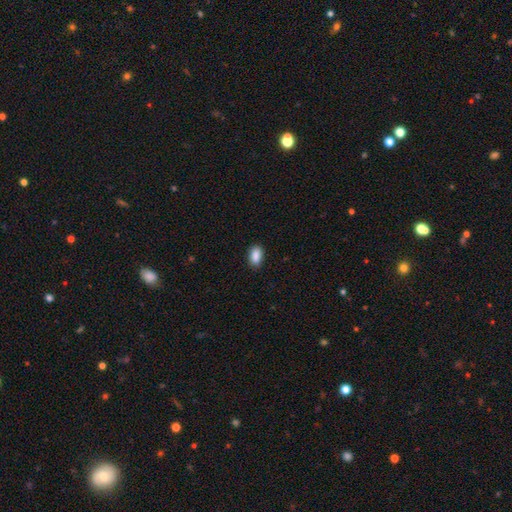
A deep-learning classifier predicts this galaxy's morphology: smooth-or-featured: smooth: 89% | star or artifact: 7% | featured or disk: 3%
  how-rounded: in between: 90% | round: 7% | cigar-shaped: 2%
  merging: none: 87% | minor disturbance: 10% | major disturbance: 2% | merger: 1%